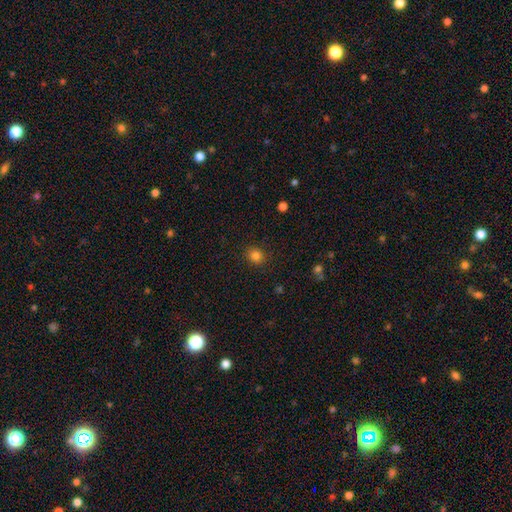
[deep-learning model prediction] A smooth galaxy with no disk features (83%) that is round (78%).

Vote fractions:
- Smooth or featured? smooth: 83% / star or artifact: 13% / featured or disk: 4%
- How rounded? round: 78% / in between: 21% / cigar-shaped: 1%
- Merging? none: 90% / minor disturbance: 7% / major disturbance: 2% / merger: 1%